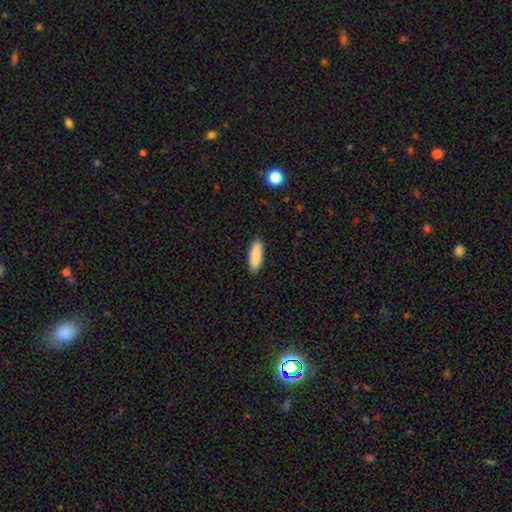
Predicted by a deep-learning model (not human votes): Smooth or featured? smooth (87%)
How rounded? in between (51%)
Merging? none (90%)